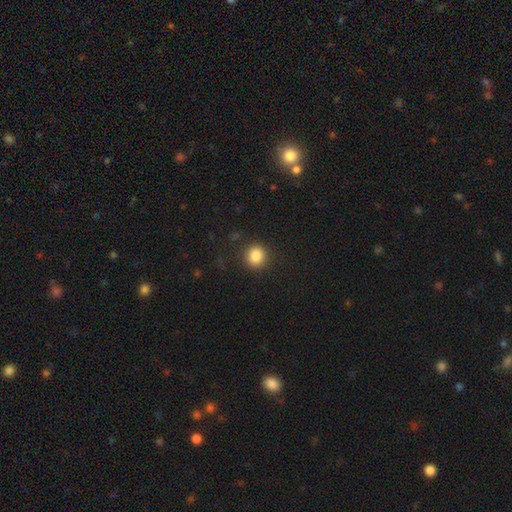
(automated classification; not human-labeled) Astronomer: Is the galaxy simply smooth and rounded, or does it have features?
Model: smooth — 85%.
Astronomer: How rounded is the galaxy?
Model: round — 88%.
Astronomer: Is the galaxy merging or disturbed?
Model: none — 89%.